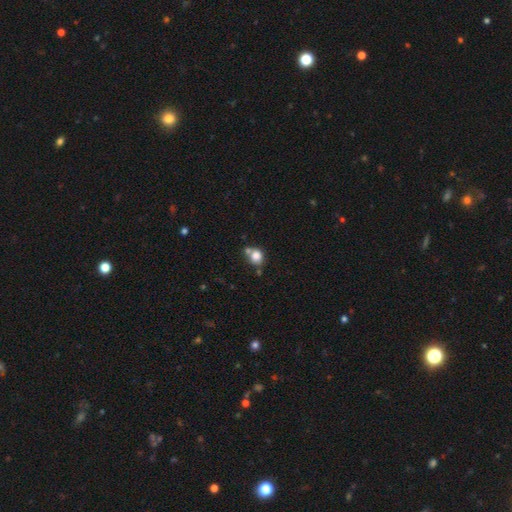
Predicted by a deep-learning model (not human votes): Smooth or featured? smooth (81%)
How rounded? round (73%)
Merging? none (54%)